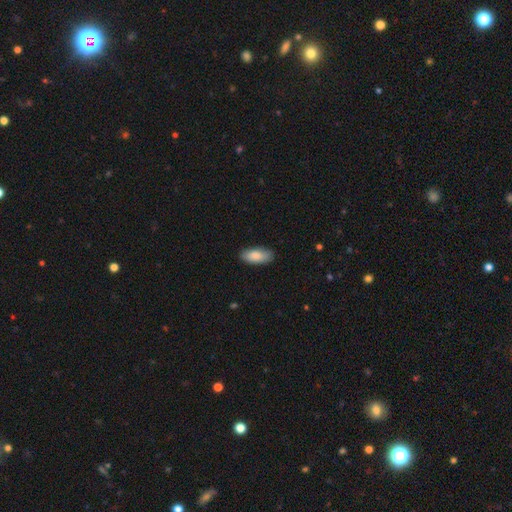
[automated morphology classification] smooth-or-featured: smooth: 86% | featured or disk: 8% | star or artifact: 6%
  how-rounded: in between: 88% | cigar-shaped: 10% | round: 2%
  merging: none: 86% | minor disturbance: 11% | major disturbance: 2% | merger: 1%